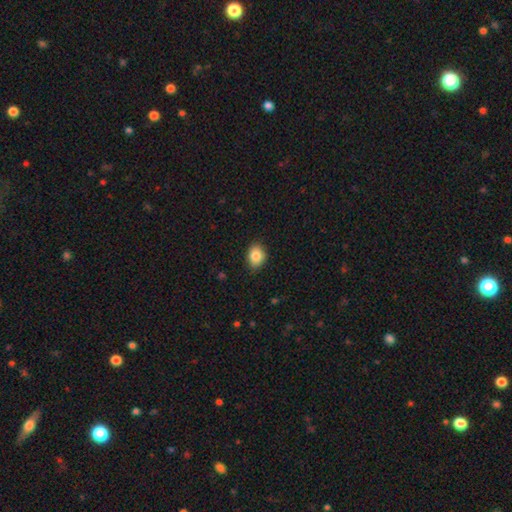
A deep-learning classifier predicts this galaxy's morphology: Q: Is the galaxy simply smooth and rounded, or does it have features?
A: smooth — 86%.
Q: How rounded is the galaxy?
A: in between — 63%.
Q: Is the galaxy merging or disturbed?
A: none — 82%.